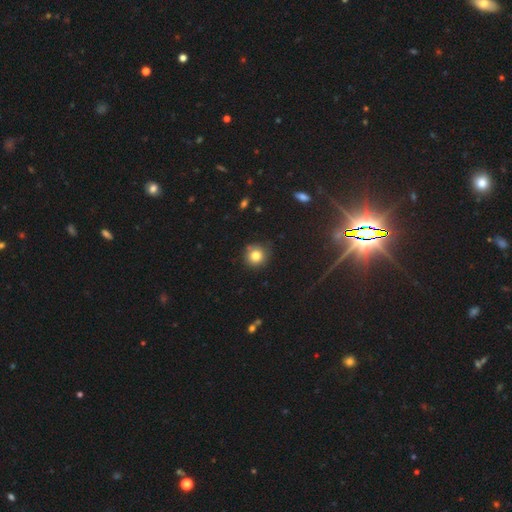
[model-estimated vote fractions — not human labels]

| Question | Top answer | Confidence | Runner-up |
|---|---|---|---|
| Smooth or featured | smooth | 80% | star or artifact (12%) |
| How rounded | round | 92% | in between (7%) |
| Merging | none | 80% | minor disturbance (14%) |